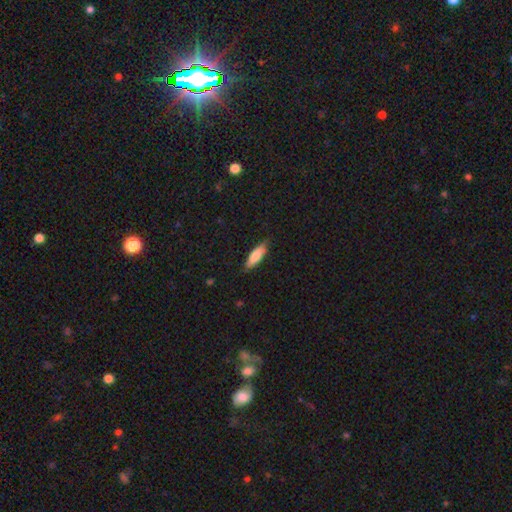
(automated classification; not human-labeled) Overall: smooth (76%). How rounded: cigar-shaped (52%; in between 46%). Merging: none (81%).